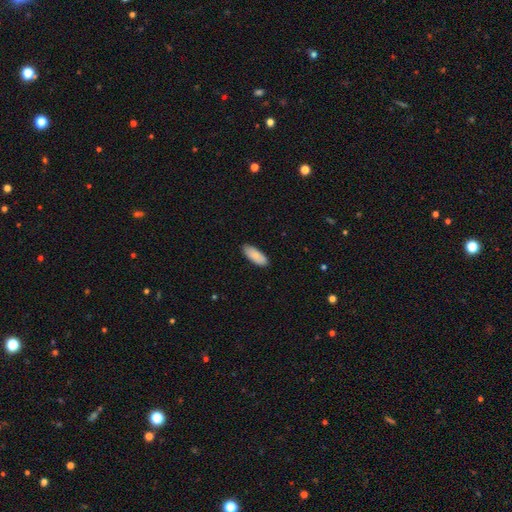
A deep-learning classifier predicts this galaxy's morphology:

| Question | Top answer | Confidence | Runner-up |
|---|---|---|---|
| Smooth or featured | smooth | 85% | featured or disk (9%) |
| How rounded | in between | 81% | cigar-shaped (17%) |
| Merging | none | 87% | minor disturbance (11%) |